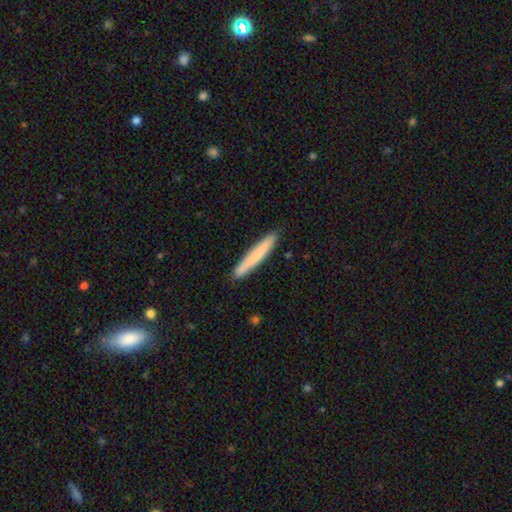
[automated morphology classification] This appears to be a smooth galaxy with no disk features (74%) that is cigar-shaped (96%). Merging: none (90%).